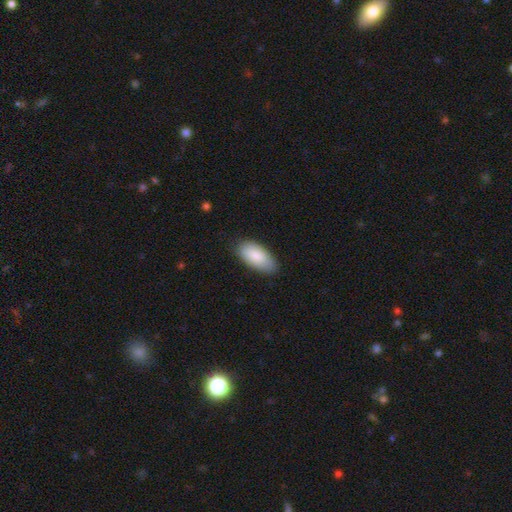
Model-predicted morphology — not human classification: The model was most divided on "merging": none: 83%, minor disturbance: 14%, major disturbance: 2%, merger: 1%. More confident: how rounded — in between (93%); smooth or featured — smooth (86%).